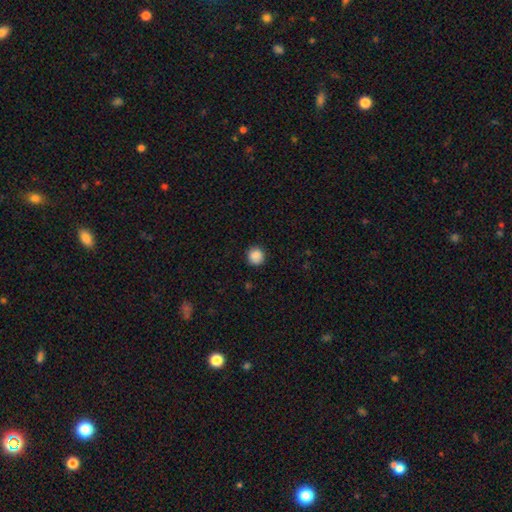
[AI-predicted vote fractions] Smooth or featured? smooth (88%)
How rounded? round (93%)
Merging? none (90%)